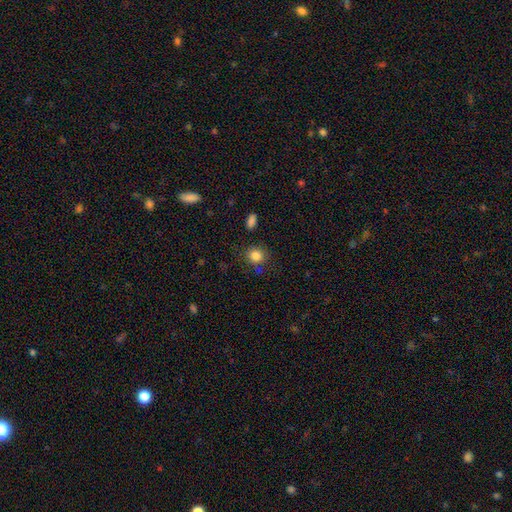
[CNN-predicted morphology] Smooth or featured?
  - smooth: 85% *
  - star or artifact: 10%
  - featured or disk: 5%
How rounded?
  - round: 81% *
  - in between: 18%
  - cigar-shaped: 1%
Merging?
  - none: 76% *
  - minor disturbance: 14%
  - merger: 5%
  - major disturbance: 5%